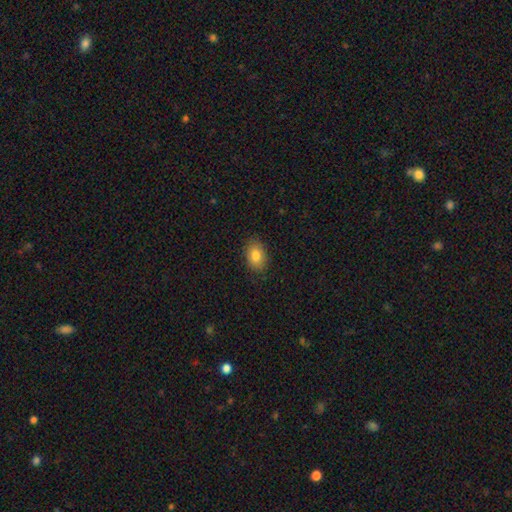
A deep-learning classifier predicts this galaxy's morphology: This is clearly a smooth galaxy (82%). How rounded: clearly in between (81%). Merging: clearly none (87%).